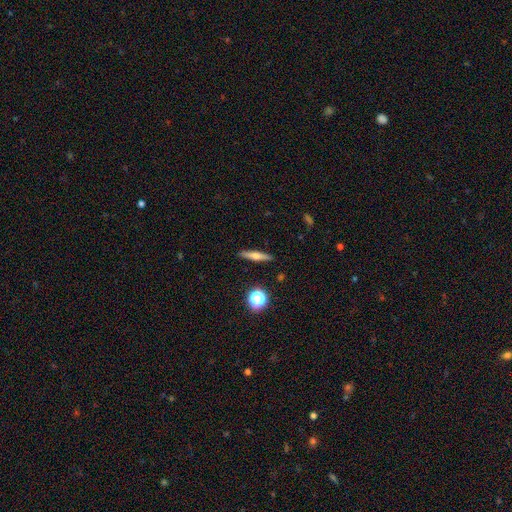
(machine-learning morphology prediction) This appears to be a smooth galaxy with no disk features (47%). Merging: none (90%).